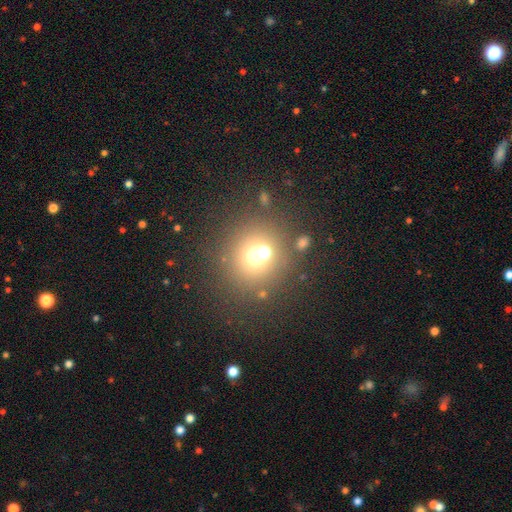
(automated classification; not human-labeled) Q: Smooth or featured?
A: smooth (63%); runner-up: star or artifact (19%)
Q: How rounded?
A: round (87%); runner-up: in between (12%)
Q: Merging?
A: none (55%); runner-up: merger (32%)